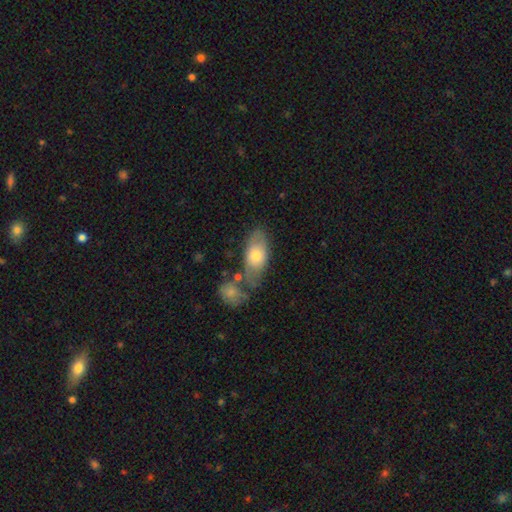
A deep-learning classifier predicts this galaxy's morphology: The model was most divided on "merging": none: 53%, merger: 20%, minor disturbance: 20%, major disturbance: 7%. More confident: how rounded — in between (88%); smooth or featured — smooth (67%).